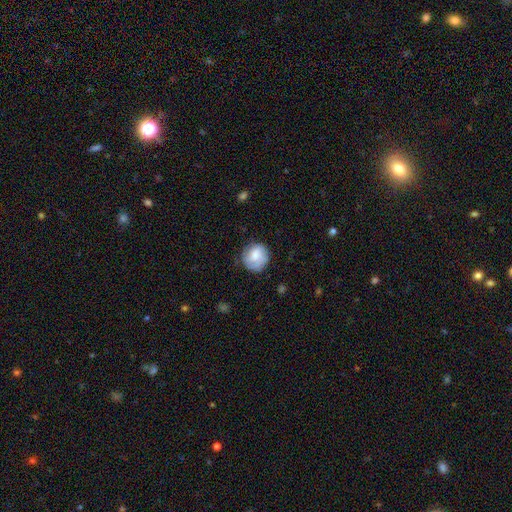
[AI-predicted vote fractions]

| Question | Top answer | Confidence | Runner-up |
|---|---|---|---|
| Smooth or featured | smooth | 67% | featured or disk (25%) |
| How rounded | round | 85% | in between (14%) |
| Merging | none | 72% | minor disturbance (21%) |